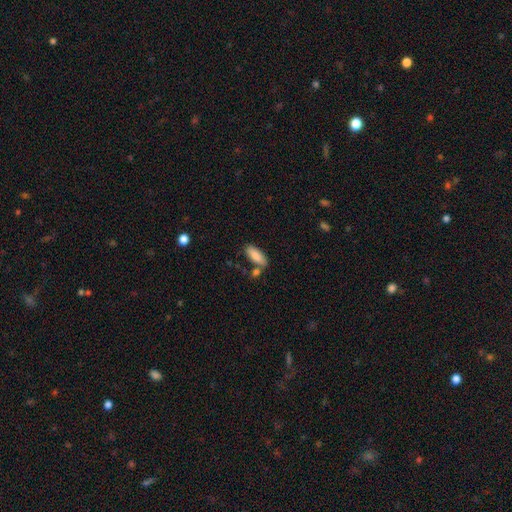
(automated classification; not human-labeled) Smooth or featured?
  - smooth: 85% *
  - featured or disk: 9%
  - star or artifact: 6%
How rounded?
  - in between: 75% *
  - cigar-shaped: 23%
  - round: 2%
Merging?
  - none: 69% *
  - merger: 14%
  - minor disturbance: 14%
  - major disturbance: 3%